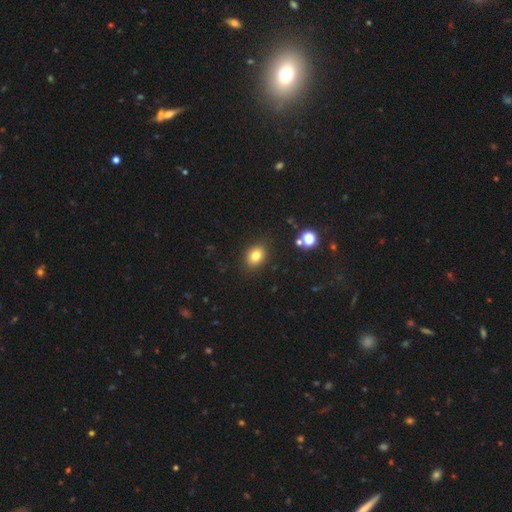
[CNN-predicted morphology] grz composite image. It shows a smooth galaxy with no disk features (80%) that is in between round and cigar-shaped (64%). Merging: none (87%).